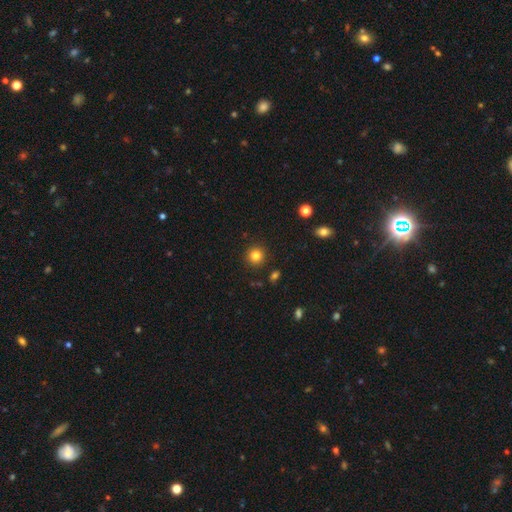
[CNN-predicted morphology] smooth-or-featured: smooth: 82% | star or artifact: 12% | featured or disk: 6%
  how-rounded: round: 94% | in between: 5% | cigar-shaped: 1%
  merging: none: 91% | minor disturbance: 5% | major disturbance: 2% | merger: 2%